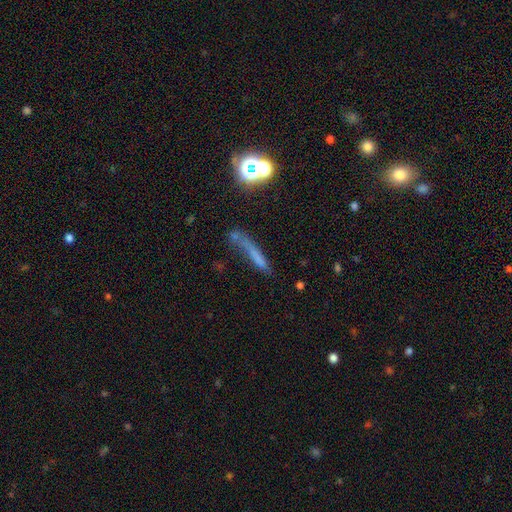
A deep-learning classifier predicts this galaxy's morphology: A smooth galaxy with no disk features (58%) that is cigar-shaped (86%). Merging: none (49%).